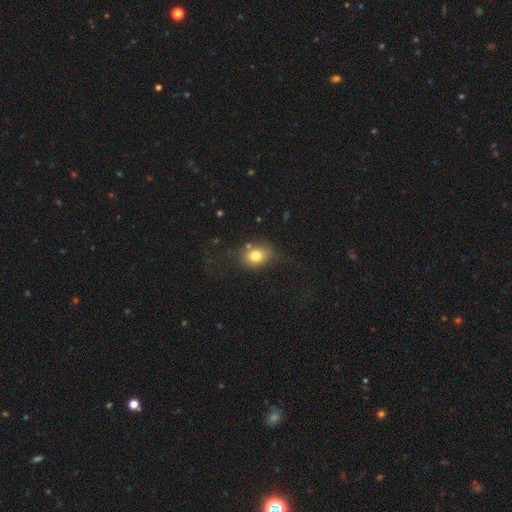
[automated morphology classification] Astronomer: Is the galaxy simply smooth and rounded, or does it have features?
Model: smooth — 78%.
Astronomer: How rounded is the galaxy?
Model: round — 51% (runner-up: in between, 48%).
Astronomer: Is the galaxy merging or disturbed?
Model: none — 71%.